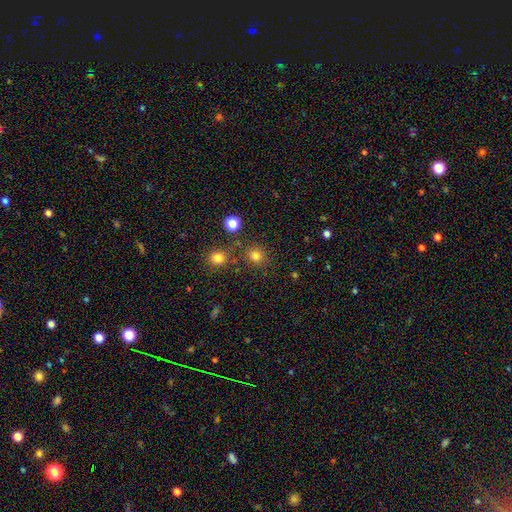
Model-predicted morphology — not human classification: The model was most divided on "smooth or featured": smooth: 78%, star or artifact: 17%, featured or disk: 5%. More confident: how rounded — round (88%); merging — none (79%).